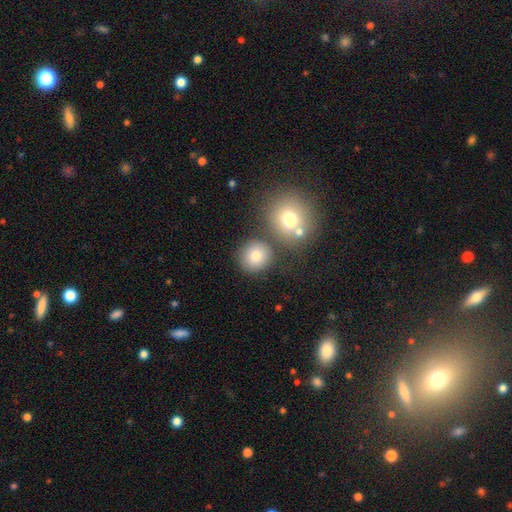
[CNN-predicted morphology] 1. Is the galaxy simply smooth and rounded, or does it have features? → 79% smooth, 12% star or artifact, 9% featured or disk.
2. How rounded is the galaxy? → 90% round, 9% in between, 1% cigar-shaped.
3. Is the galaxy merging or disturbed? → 76% none, 12% merger, 9% minor disturbance, 3% major disturbance.